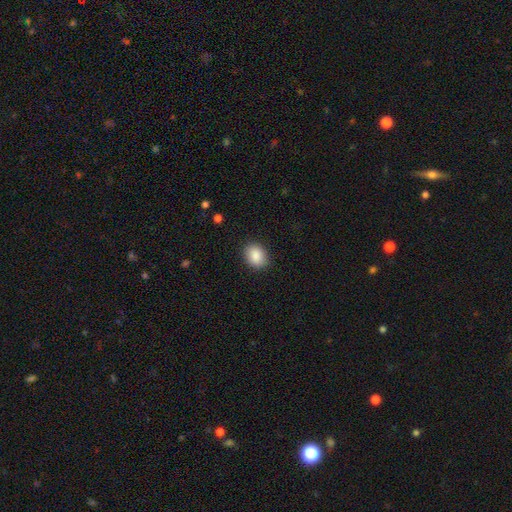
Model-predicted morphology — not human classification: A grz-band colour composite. It shows a smooth galaxy with no disk features (89%) that is in between round and cigar-shaped (58%). Merging: none (87%).